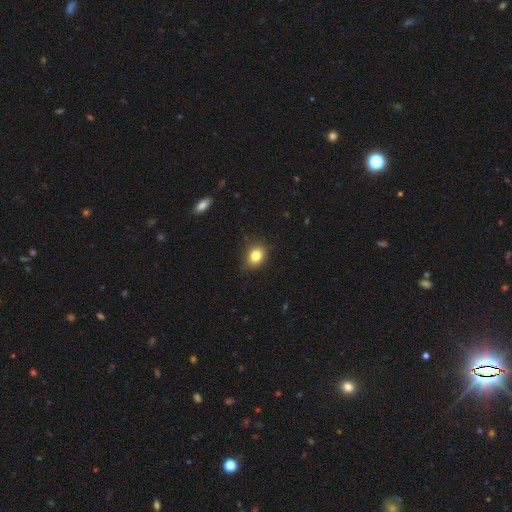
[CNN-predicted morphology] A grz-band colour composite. It shows a smooth galaxy with no disk features (81%) that is round (50%). Merging: none (82%).